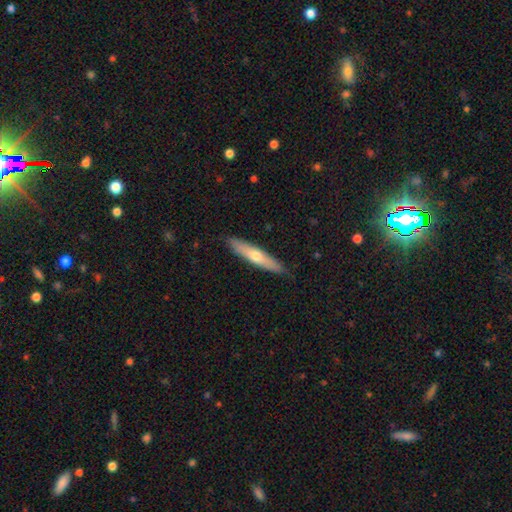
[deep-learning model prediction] smooth-or-featured: smooth: 53% | featured or disk: 41% | star or artifact: 5%
  how-rounded: cigar-shaped: 87% | in between: 12% | round: 1%
  merging: none: 89% | minor disturbance: 9% | major disturbance: 2% | merger: 1%